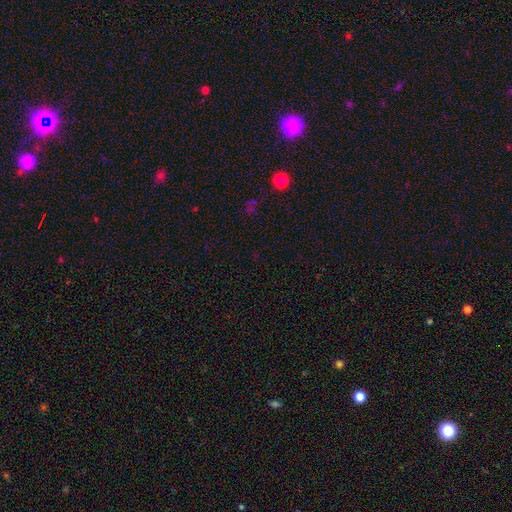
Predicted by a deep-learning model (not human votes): A star or artifact, not a galaxy (68%).